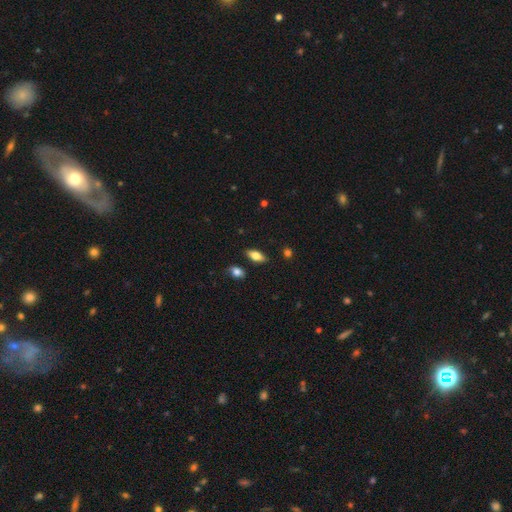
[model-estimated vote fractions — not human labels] This is likely a smooth galaxy (68%). How rounded: clearly in between (80%). Merging: clearly none (84%).